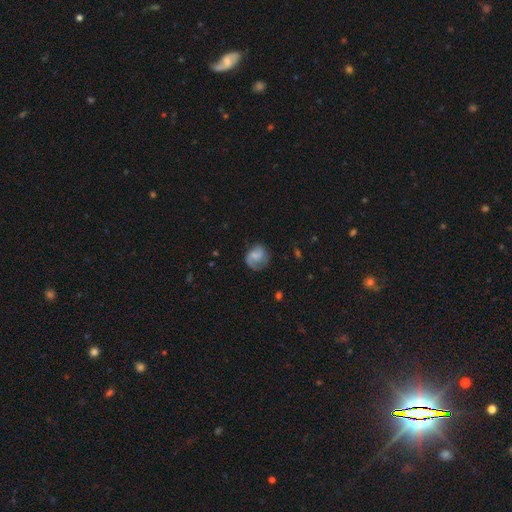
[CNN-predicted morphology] Smooth or featured: smooth — 47% (featured or disk — 45%)
Merging: none — 61% (minor disturbance — 24%)